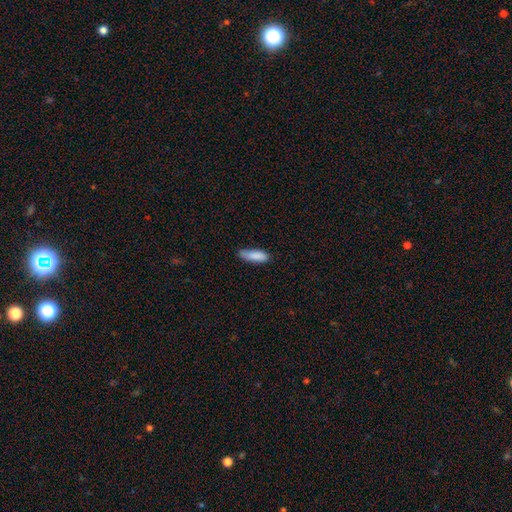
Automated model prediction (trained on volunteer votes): Smooth or featured? Predicted: smooth (p=0.87). How rounded? Predicted: cigar-shaped (p=0.50). Merging? Predicted: none (p=0.68).